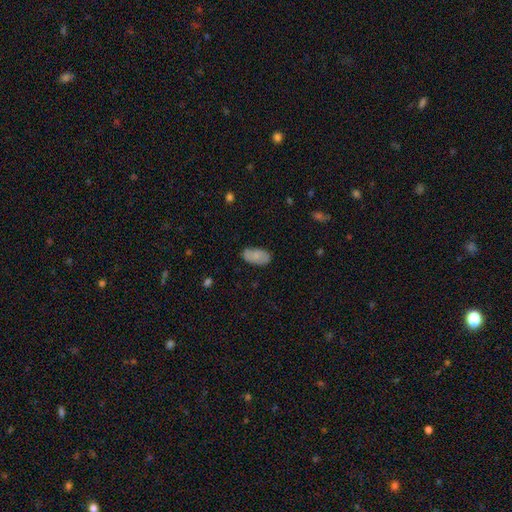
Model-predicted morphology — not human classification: A smooth galaxy with no disk features (74%) that is in between round and cigar-shaped (94%). Merging: none (77%).